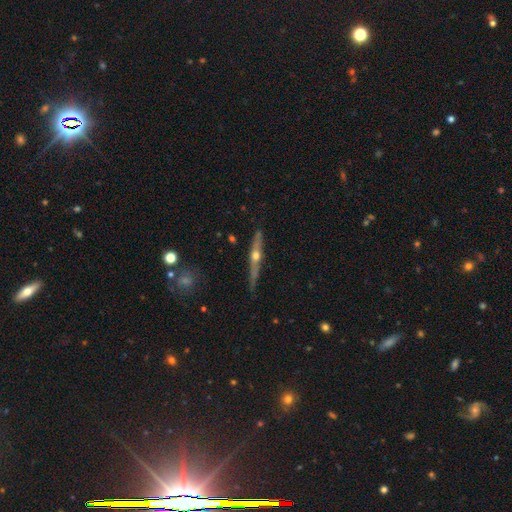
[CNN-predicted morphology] smooth-or-featured: featured or disk: 73% | smooth: 20% | star or artifact: 6%
  disk-edge-on: yes: 96% | no: 4%
    edge-on-bulge: rounded: 92% | none: 6% | boxy: 2%
  merging: none: 80% | minor disturbance: 15% | major disturbance: 3% | merger: 2%